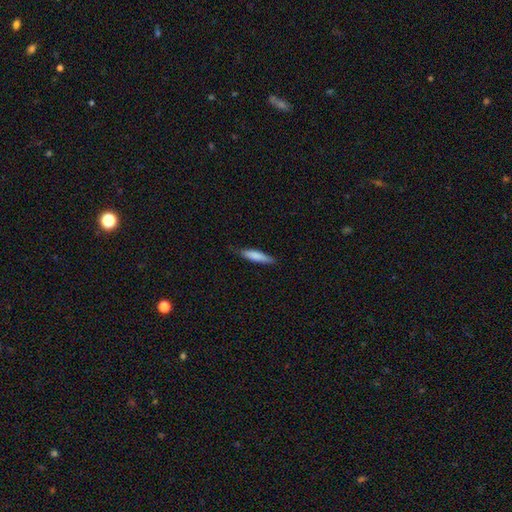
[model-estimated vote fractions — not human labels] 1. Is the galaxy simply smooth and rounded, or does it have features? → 80% smooth, 15% featured or disk, 6% star or artifact.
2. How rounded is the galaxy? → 80% cigar-shaped, 19% in between, 1% round.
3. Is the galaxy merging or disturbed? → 81% none, 16% minor disturbance, 2% major disturbance, 1% merger.